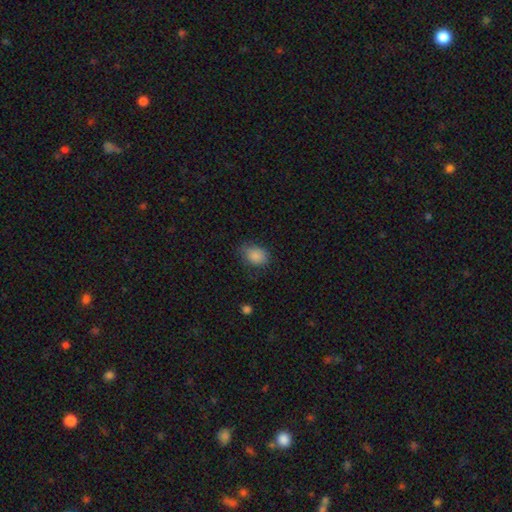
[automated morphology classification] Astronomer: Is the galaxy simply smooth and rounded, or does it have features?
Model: smooth — 86%.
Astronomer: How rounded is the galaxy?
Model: in between — 63%.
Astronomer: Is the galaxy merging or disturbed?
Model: none — 67%.